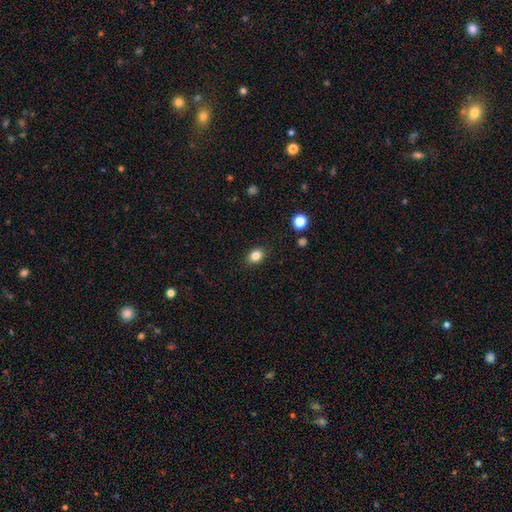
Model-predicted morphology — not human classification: smooth 84%, star or artifact 11%, featured or disk 6%. Down the decision tree: how rounded — in between (56%); merging — none (88%).